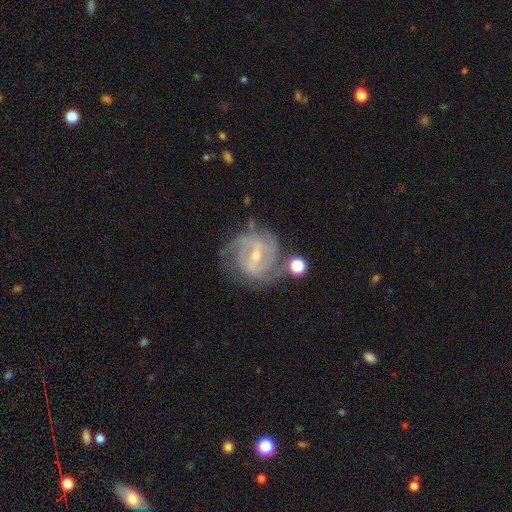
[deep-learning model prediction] Smooth or featured? Predicted: featured or disk (p=0.86). Edge-on disk? Predicted: no (p=0.97). Bar? Predicted: weak (p=0.47). Spiral arms? Predicted: yes (p=0.94). Spiral winding? Predicted: tight (p=0.51). Spiral arm count? Predicted: 2 (p=0.35). Bulge size? Predicted: small (p=0.62). Merging? Predicted: none (p=0.67).